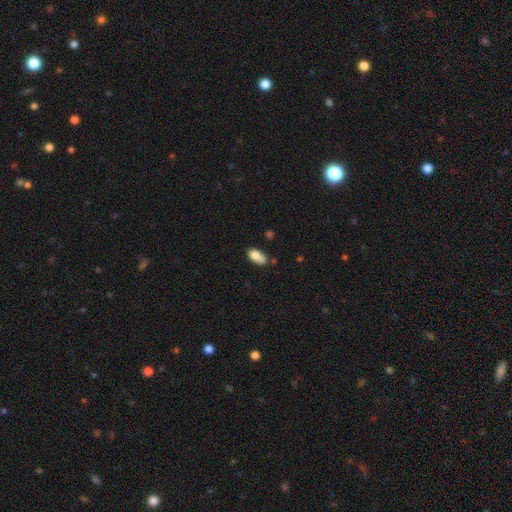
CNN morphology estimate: A smooth galaxy with no disk features (78%) that is in between round and cigar-shaped (89%). Merging: none (49%).